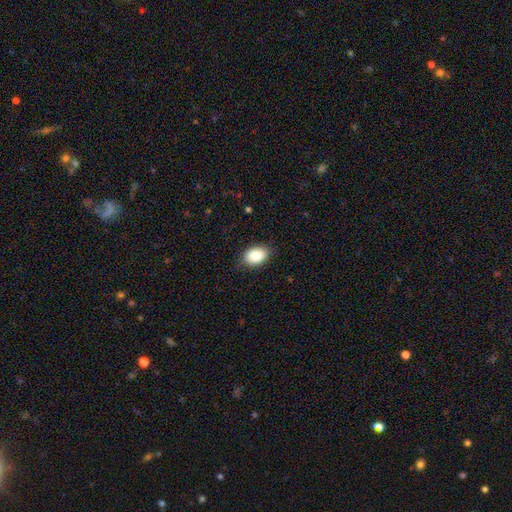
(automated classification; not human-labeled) Smooth or featured?
  - smooth: 86% *
  - star or artifact: 7%
  - featured or disk: 7%
How rounded?
  - in between: 84% *
  - round: 15%
  - cigar-shaped: 1%
Merging?
  - none: 83% *
  - minor disturbance: 13%
  - major disturbance: 3%
  - merger: 1%